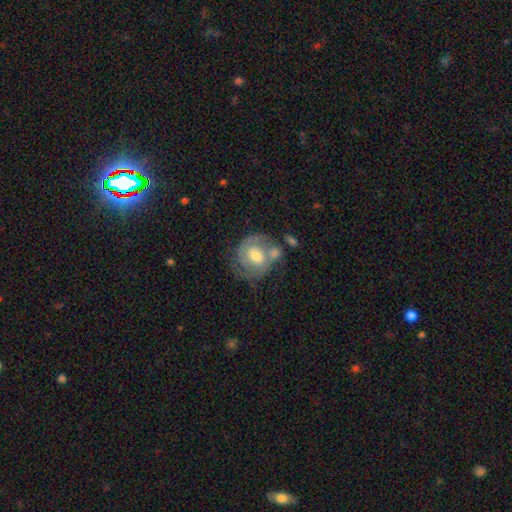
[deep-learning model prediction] A featured or disk galaxy (66%) with no bar (46%), 2 (66%) tight (51%) spiral arms (83%) and a moderate central bulge (69%).

Vote fractions:
- Smooth or featured? featured or disk: 66% / smooth: 28% / star or artifact: 6%
- Edge-on disk? no: 97% / yes: 3%
- Bar? no: 46% / weak: 43% / strong: 10%
- Spiral arms? yes: 83% / no: 17%
- Spiral winding? tight: 51% / medium: 38% / loose: 11%
- Spiral arm count? 2: 66% / can't tell: 19% / 1: 8% / 3: 4% / 4: 1% / more than 4: 1%
- Bulge size? moderate: 69% / small: 18% / large: 10% / none: 2% / dominant: 1%
- Merging? none: 45% / merger: 23% / minor disturbance: 20% / major disturbance: 12%